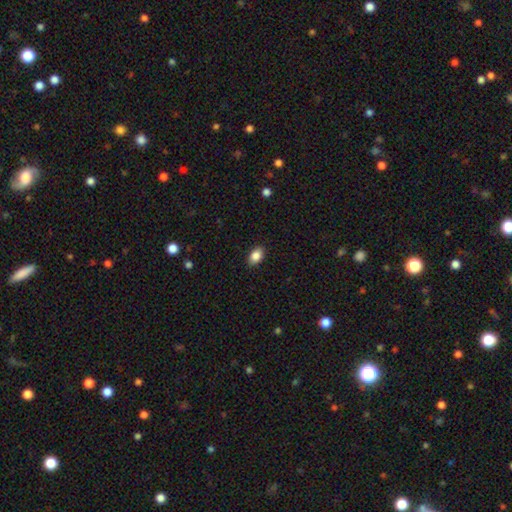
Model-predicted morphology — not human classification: This appears to be a smooth galaxy with no disk features (87%) that is in between round and cigar-shaped (87%). Merging: none (88%).